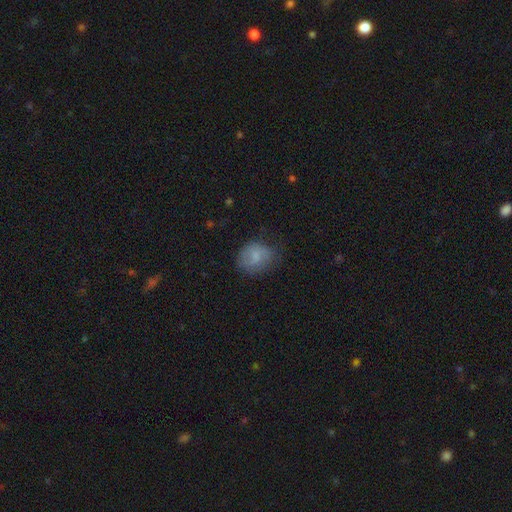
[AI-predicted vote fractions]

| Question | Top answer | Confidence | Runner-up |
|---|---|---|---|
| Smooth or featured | smooth | 74% | featured or disk (17%) |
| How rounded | round | 54% | in between (45%) |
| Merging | none | 57% | minor disturbance (29%) |